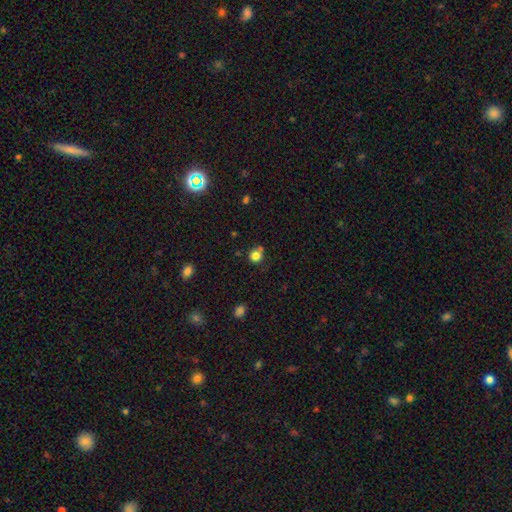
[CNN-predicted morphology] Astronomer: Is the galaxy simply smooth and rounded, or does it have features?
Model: smooth — 80%.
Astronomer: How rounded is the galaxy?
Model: round — 87%.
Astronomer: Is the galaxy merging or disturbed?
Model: none — 67%.